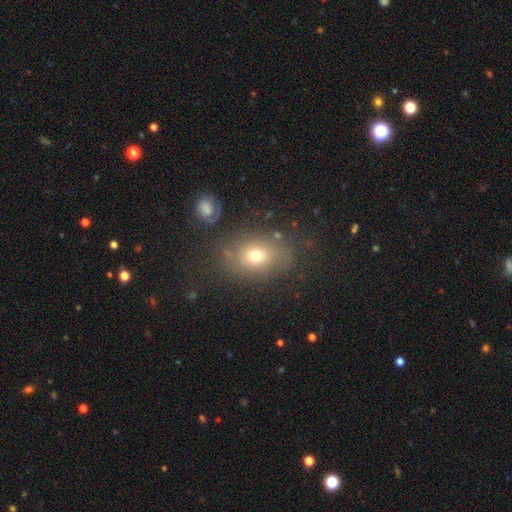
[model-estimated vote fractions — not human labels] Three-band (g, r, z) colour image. It shows a smooth galaxy with no disk features (69%) that is in between round and cigar-shaped (66%). Merging: none (71%).